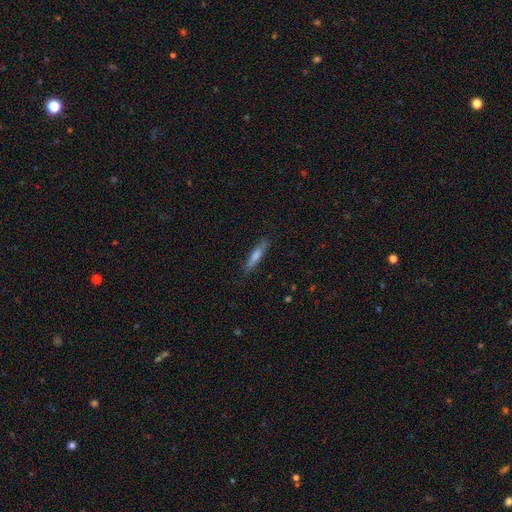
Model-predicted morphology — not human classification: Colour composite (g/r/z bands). It shows a smooth galaxy with no disk features (62%) that is cigar-shaped (89%). Merging: none (86%).